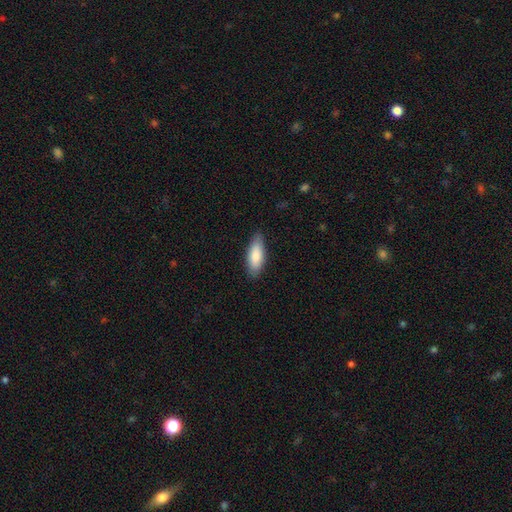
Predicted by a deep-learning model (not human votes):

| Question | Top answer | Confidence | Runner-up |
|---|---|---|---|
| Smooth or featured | smooth | 84% | featured or disk (10%) |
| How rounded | in between | 73% | cigar-shaped (25%) |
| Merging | none | 84% | minor disturbance (13%) |